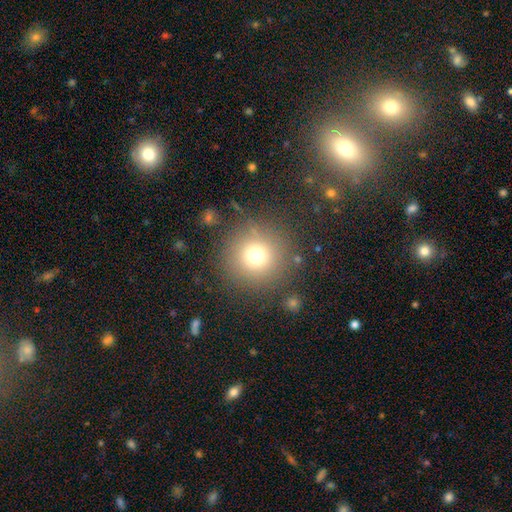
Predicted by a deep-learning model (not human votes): Smooth or featured?
  - smooth: 73% *
  - star or artifact: 17%
  - featured or disk: 10%
How rounded?
  - round: 95% *
  - in between: 4%
  - cigar-shaped: 1%
Merging?
  - none: 84% *
  - minor disturbance: 8%
  - major disturbance: 5%
  - merger: 3%